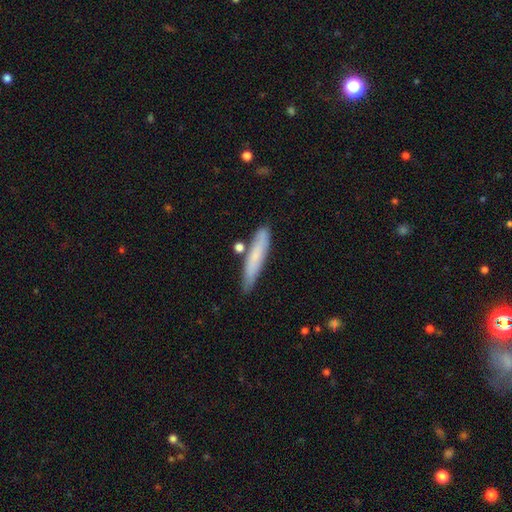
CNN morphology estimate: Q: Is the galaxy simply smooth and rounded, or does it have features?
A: smooth — 70%.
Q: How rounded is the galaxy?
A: cigar-shaped — 90%.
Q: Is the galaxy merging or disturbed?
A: none — 75%.